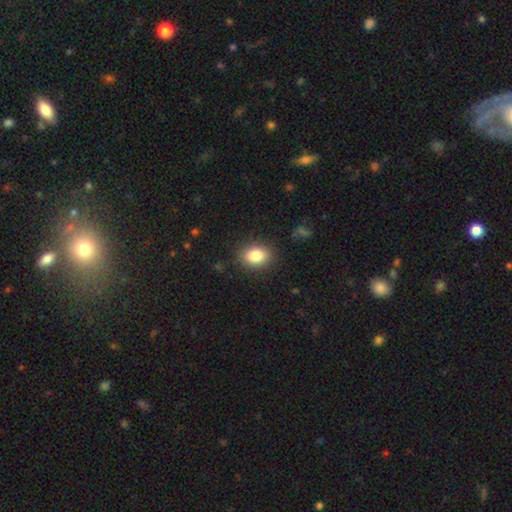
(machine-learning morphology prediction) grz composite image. It shows a smooth galaxy with no disk features (84%) that is in between round and cigar-shaped (64%). Merging: none (87%).